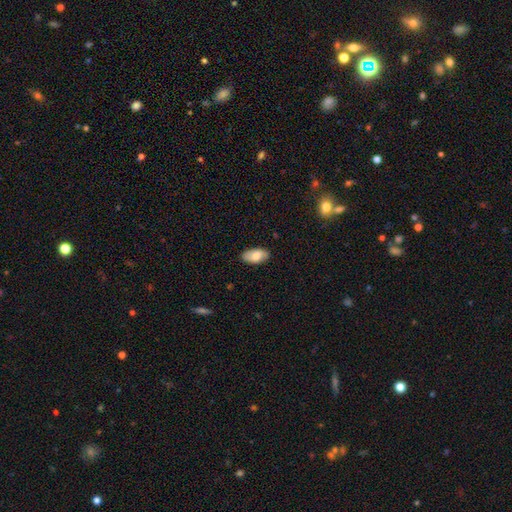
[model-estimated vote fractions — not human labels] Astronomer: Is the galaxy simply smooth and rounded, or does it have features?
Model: smooth — 79%.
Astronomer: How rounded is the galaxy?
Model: in between — 94%.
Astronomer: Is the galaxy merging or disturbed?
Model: none — 85%.